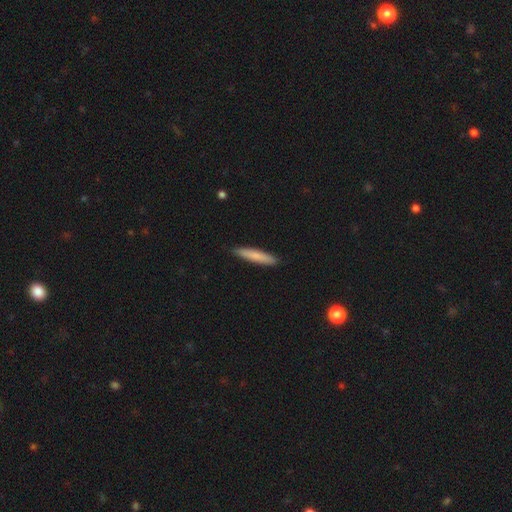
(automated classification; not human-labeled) The model was most divided on "smooth or featured": smooth: 76%, featured or disk: 19%, star or artifact: 6%. More confident: how rounded — cigar-shaped (91%); merging — none (89%).